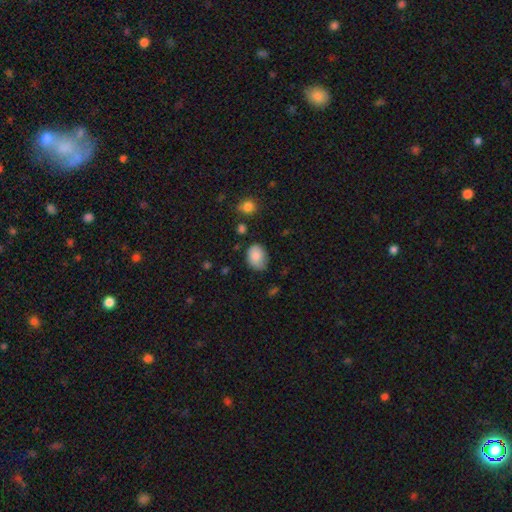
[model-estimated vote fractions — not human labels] This appears to be a smooth galaxy with no disk features (83%) that is in between round and cigar-shaped (66%). Merging: none (63%).